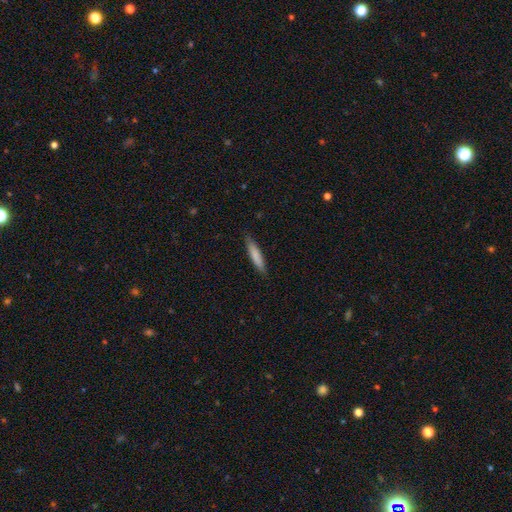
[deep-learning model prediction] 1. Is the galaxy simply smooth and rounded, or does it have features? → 80% smooth, 14% featured or disk, 6% star or artifact.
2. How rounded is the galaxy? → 86% cigar-shaped, 12% in between, 1% round.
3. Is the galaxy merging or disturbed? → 87% none, 10% minor disturbance, 2% major disturbance, 1% merger.